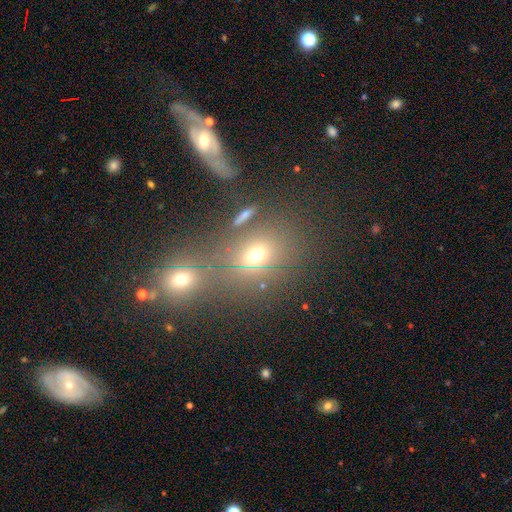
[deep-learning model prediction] smooth 62%, star or artifact 22%, featured or disk 17%. Down the decision tree: how rounded — round (52%); merging — none (52%).